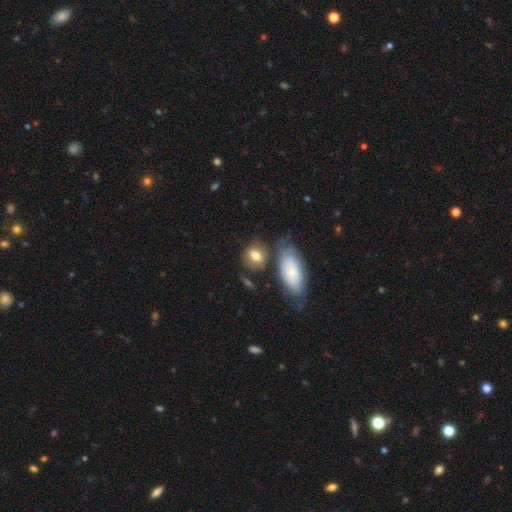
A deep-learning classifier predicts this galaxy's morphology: A smooth galaxy with no disk features (75%) that is in between round and cigar-shaped (53%). Merging: none (59%).